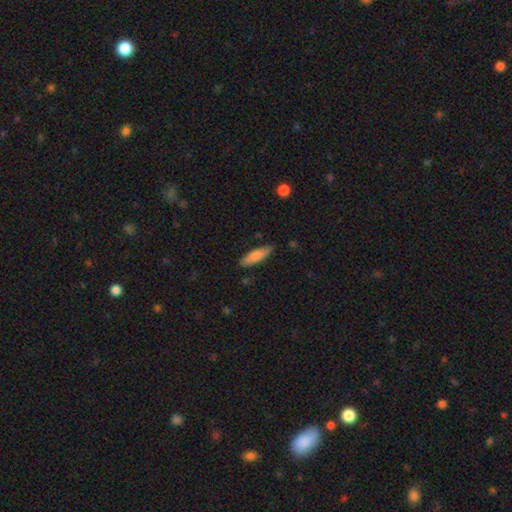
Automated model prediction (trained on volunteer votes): The model was most divided on "how rounded": cigar-shaped: 55%, in between: 44%, round: 2%. More confident: merging — none (84%); smooth or featured — smooth (80%).